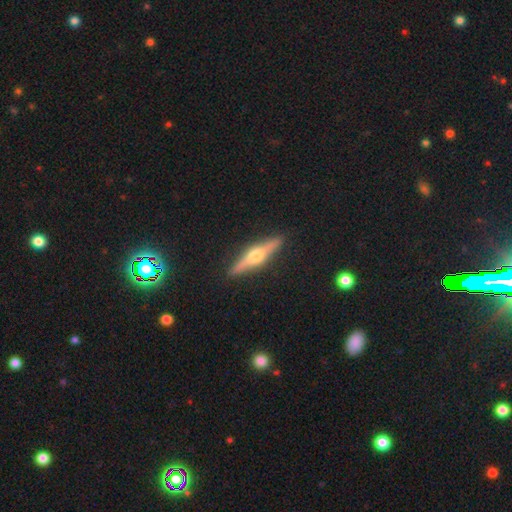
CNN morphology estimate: Smooth or featured? Predicted: featured or disk (p=0.70). Edge-on disk? Predicted: yes (p=0.97). Edge-on bulge? Predicted: rounded (p=0.92). Merging? Predicted: none (p=0.90).